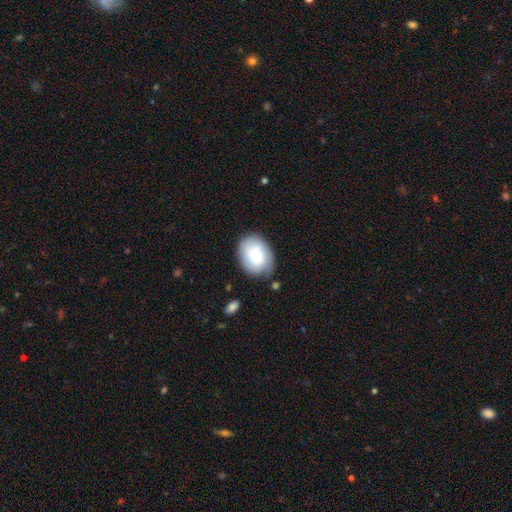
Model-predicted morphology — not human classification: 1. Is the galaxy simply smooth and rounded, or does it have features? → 73% smooth, 20% featured or disk, 7% star or artifact.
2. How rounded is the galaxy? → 66% in between, 33% round, 1% cigar-shaped.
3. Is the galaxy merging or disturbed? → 77% none, 17% minor disturbance, 4% major disturbance, 3% merger.